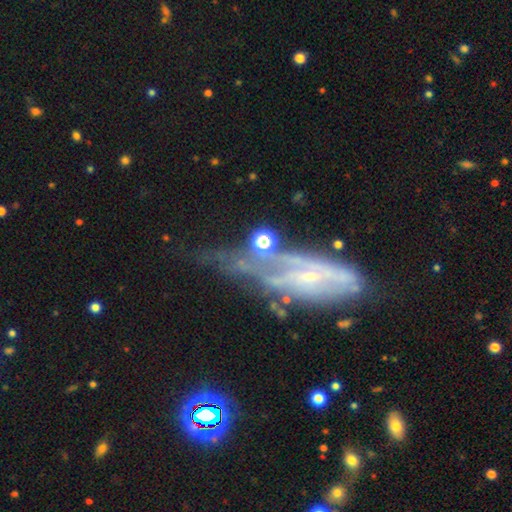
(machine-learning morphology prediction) A featured or disk galaxy (67%).

Vote fractions:
- Smooth or featured? featured or disk: 67% / smooth: 18% / star or artifact: 15%
- Edge-on disk? no: 71% / yes: 29%
- Merging? none: 32% / major disturbance: 28% / minor disturbance: 26% / merger: 14%